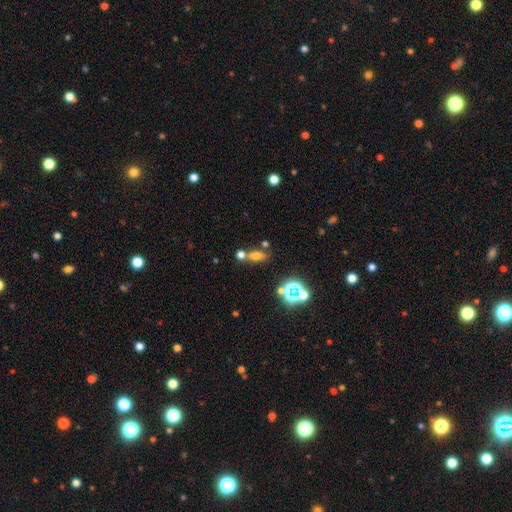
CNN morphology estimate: This is likely a smooth galaxy (61%). How rounded: likely in between (64%). Merging: possibly none (55%).